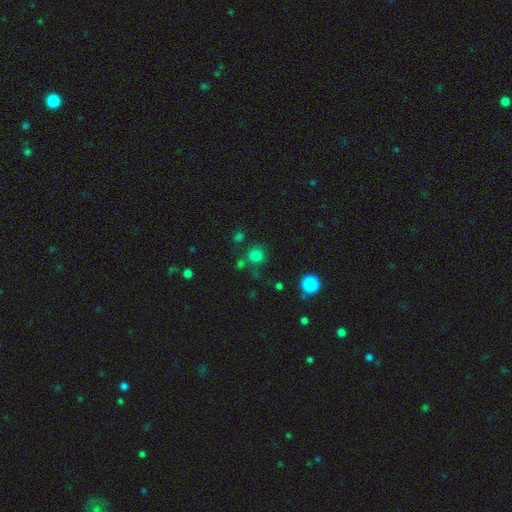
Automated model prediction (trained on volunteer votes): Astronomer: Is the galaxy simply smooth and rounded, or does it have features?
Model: smooth — 76%.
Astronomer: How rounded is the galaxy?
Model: round — 89%.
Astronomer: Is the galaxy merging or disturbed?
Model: none — 74%.